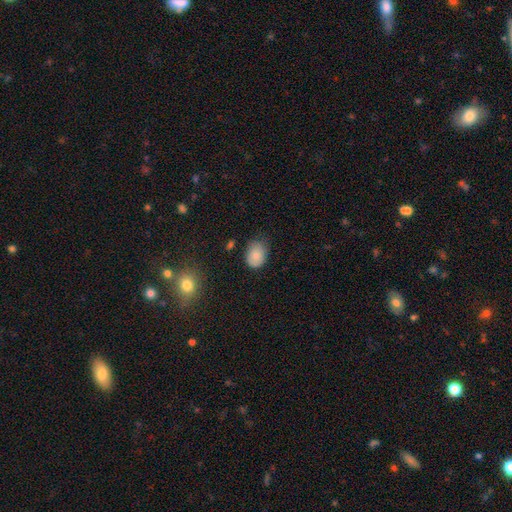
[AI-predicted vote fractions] Q: Smooth or featured?
A: smooth (83%); runner-up: star or artifact (9%)
Q: How rounded?
A: in between (69%); runner-up: round (30%)
Q: Merging?
A: none (59%); runner-up: minor disturbance (32%)